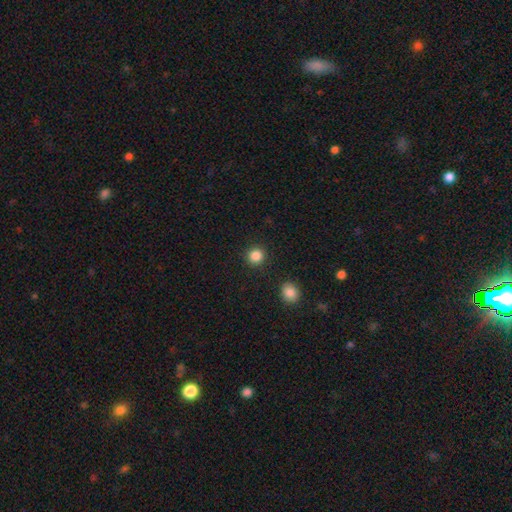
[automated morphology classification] Smooth or featured? smooth (86%)
How rounded? round (90%)
Merging? none (91%)